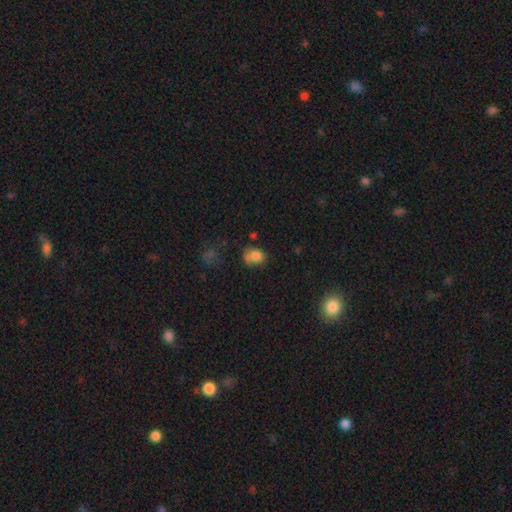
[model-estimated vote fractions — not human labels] Smooth or featured? Predicted: smooth (p=0.77). How rounded? Predicted: in between (p=0.51). Merging? Predicted: none (p=0.45).